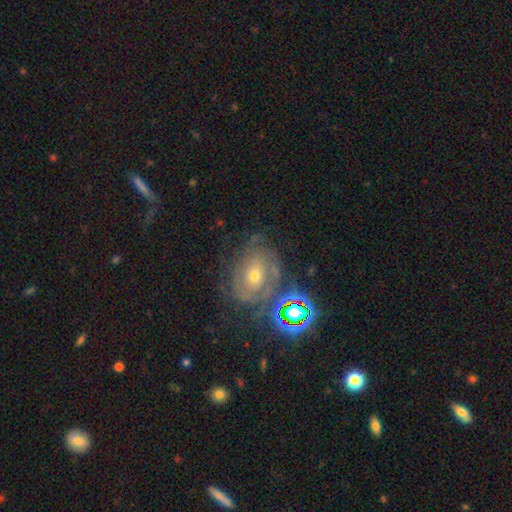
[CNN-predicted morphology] This appears to be a featured or disk galaxy (62%) with no bar (62%), spiral arms (84%) and a moderate central bulge (49%). Merging: none (64%).